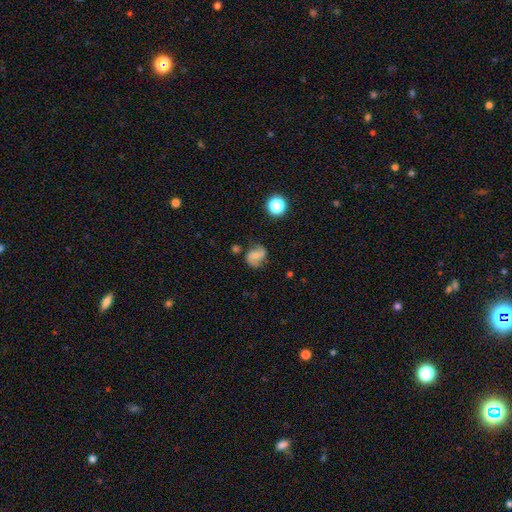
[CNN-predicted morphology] Q: Smooth or featured?
A: featured or disk (52%); runner-up: smooth (37%)
Q: Edge-on disk?
A: no (97%); runner-up: yes (3%)
Q: Bar?
A: no (57%); runner-up: weak (33%)
Q: Spiral arms?
A: yes (86%); runner-up: no (14%)
Q: Bulge size?
A: small (51%); runner-up: moderate (37%)
Q: Merging?
A: none (63%); runner-up: minor disturbance (24%)